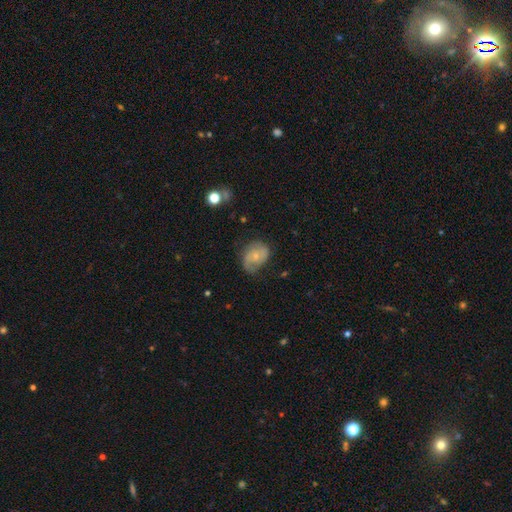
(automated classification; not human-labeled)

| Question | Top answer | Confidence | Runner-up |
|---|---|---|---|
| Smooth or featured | featured or disk | 52% | smooth (40%) |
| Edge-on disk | no | 97% | yes (3%) |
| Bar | no | 70% | weak (25%) |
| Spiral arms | yes | 80% | no (20%) |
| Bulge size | small | 63% | moderate (30%) |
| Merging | none | 55% | minor disturbance (30%) |